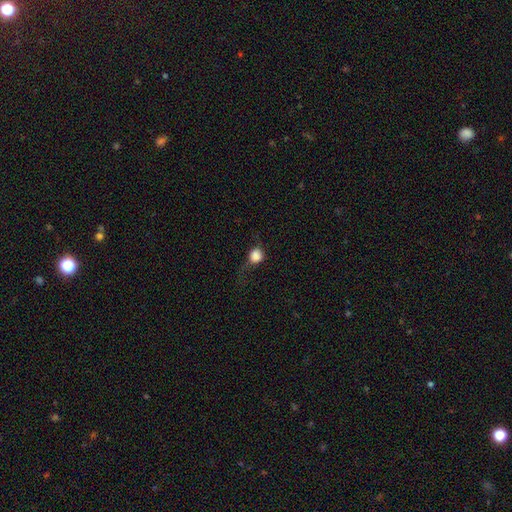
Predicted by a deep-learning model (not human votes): This appears to be a smooth galaxy with no disk features (80%) that is round (84%). Merging: none (43%).